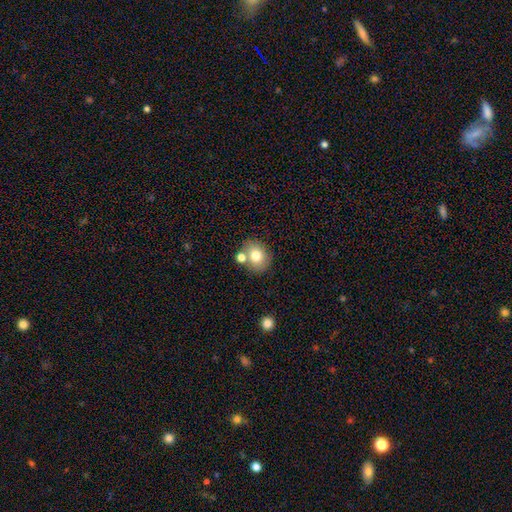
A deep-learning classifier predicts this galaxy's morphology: Overall: smooth (75%). How rounded: round (63%; in between 36%). Merging: none (65%).